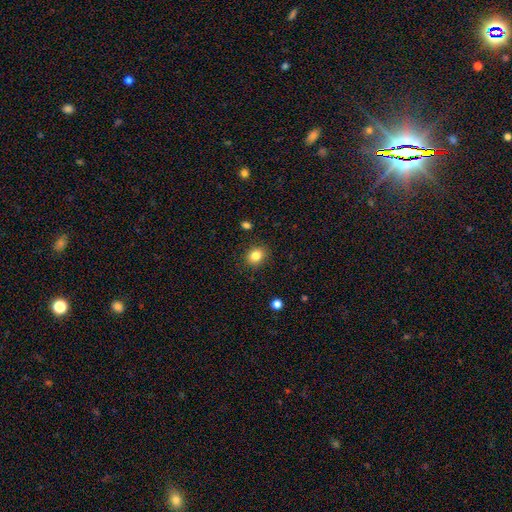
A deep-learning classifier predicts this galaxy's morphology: Smooth or featured: smooth — 83% (star or artifact — 11%)
How rounded: round — 59% (in between — 40%)
Merging: none — 88% (minor disturbance — 8%)